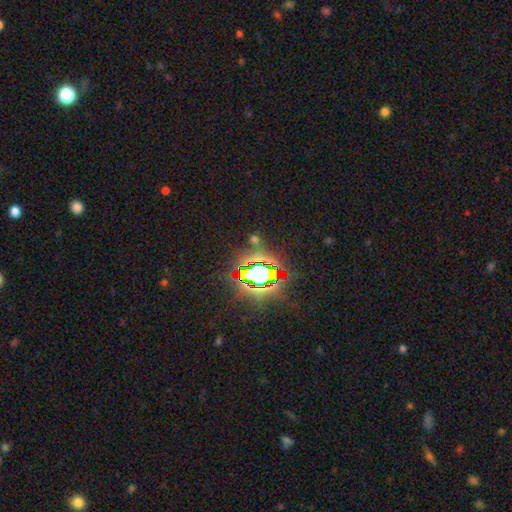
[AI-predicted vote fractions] Smooth or featured? Predicted: star or artifact (p=0.84).